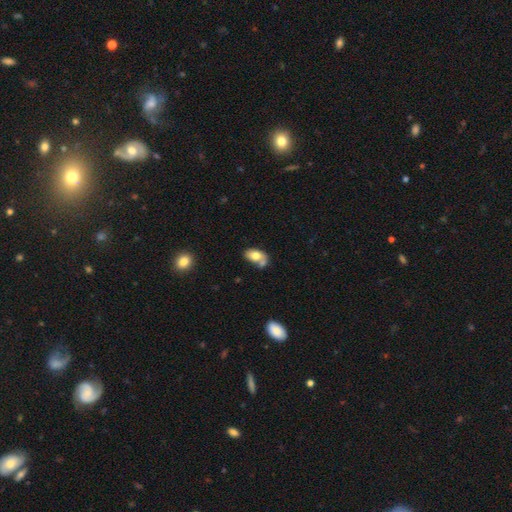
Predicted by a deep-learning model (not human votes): Smooth or featured?
  - smooth: 72% *
  - featured or disk: 20%
  - star or artifact: 7%
How rounded?
  - in between: 88% *
  - round: 10%
  - cigar-shaped: 2%
Merging?
  - none: 36% *
  - merger: 35%
  - minor disturbance: 20%
  - major disturbance: 10%